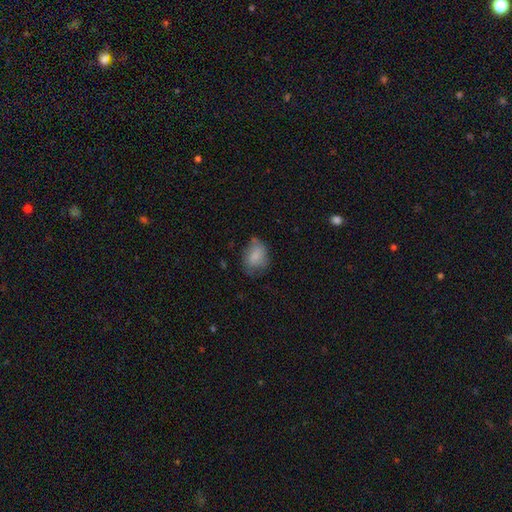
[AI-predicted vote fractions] This is likely a smooth galaxy (79%). How rounded: likely in between (61%). Merging: possibly none (54%).